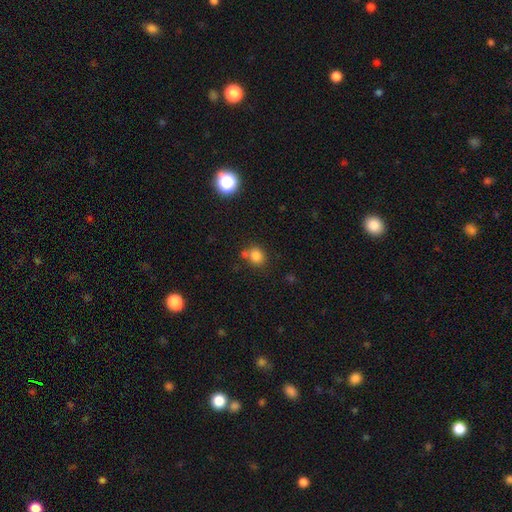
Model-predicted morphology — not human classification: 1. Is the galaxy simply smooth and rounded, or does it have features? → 82% smooth, 12% star or artifact, 6% featured or disk.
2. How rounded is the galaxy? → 75% round, 24% in between, 1% cigar-shaped.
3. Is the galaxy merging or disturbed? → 61% none, 21% merger, 14% minor disturbance, 5% major disturbance.